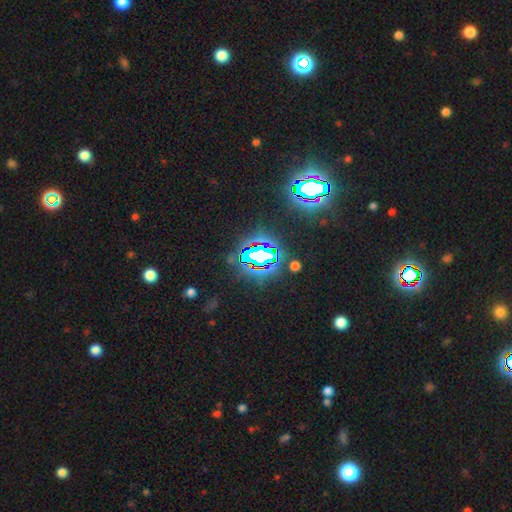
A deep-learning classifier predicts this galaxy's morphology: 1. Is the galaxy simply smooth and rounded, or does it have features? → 83% star or artifact, 10% smooth, 7% featured or disk.